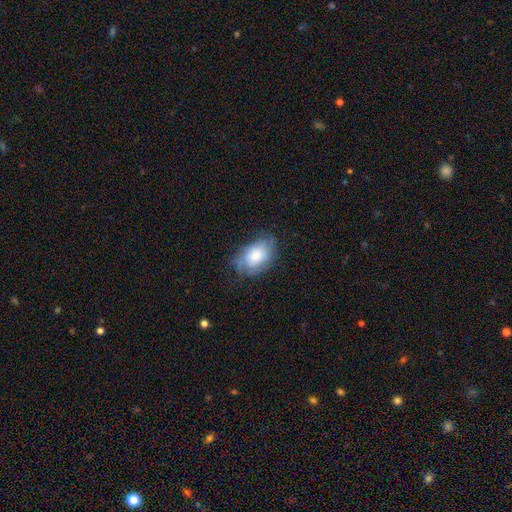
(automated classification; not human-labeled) This appears to be a smooth galaxy with no disk features (69%) that is in between round and cigar-shaped (85%). Merging: none (57%).